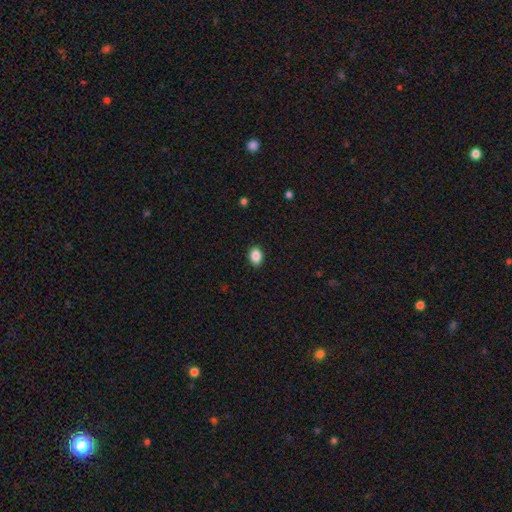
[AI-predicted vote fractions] Overall: smooth (88%). How rounded: in between (66%; round 33%). Merging: none (90%).